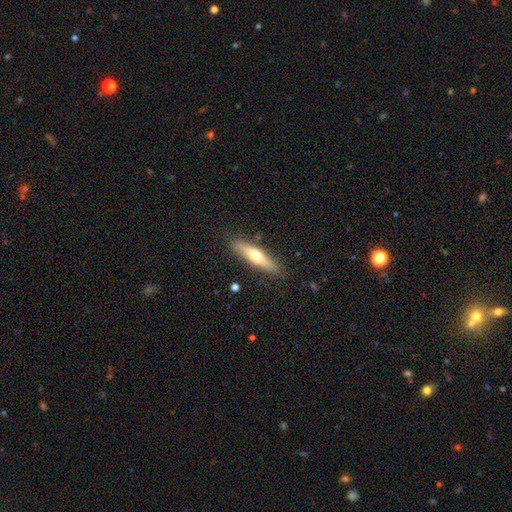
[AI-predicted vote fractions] Overall: smooth (56%; featured or disk 38%). How rounded: cigar-shaped (77%). Merging: none (86%).